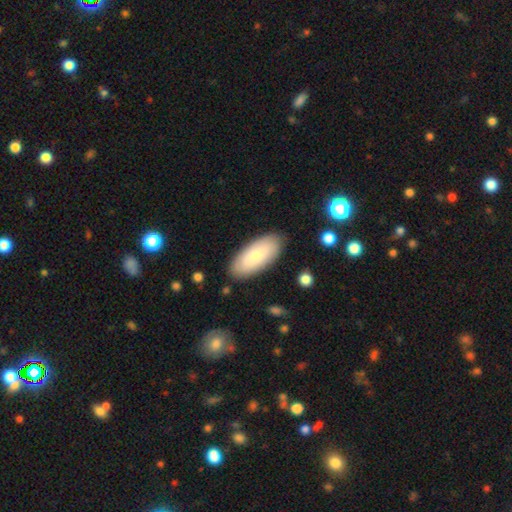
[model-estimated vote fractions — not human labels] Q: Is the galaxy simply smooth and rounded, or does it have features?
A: smooth — 75%.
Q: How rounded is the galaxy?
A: in between — 88%.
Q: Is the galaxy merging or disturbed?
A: none — 85%.